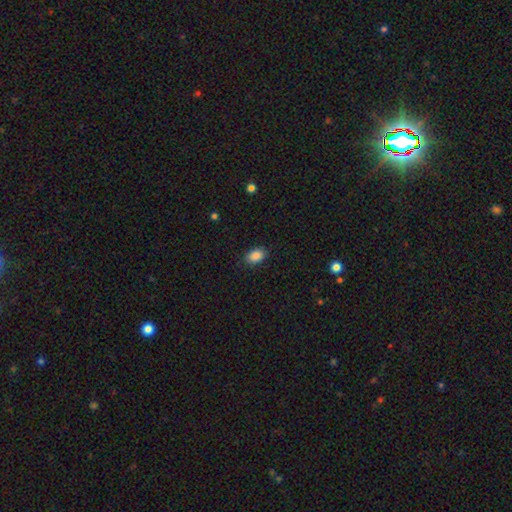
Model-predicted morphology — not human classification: smooth_or_featured: smooth (p=0.88) [alt: star or artifact p=0.08]
how_rounded: in between (p=0.87) [alt: round p=0.11]
merging: none (p=0.87) [alt: minor disturbance p=0.10]